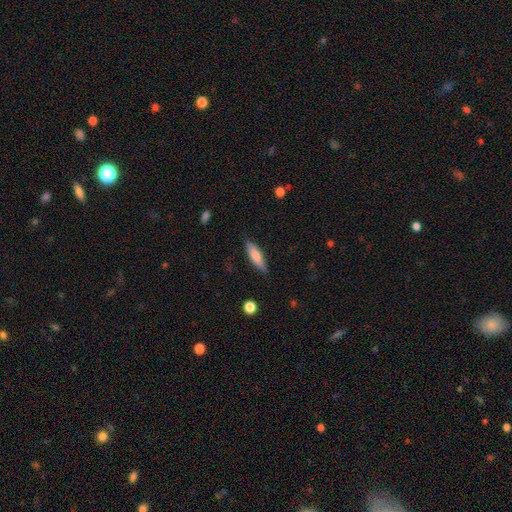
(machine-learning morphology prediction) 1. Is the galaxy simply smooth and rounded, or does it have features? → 69% smooth, 25% featured or disk, 6% star or artifact.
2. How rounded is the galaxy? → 66% cigar-shaped, 32% in between, 2% round.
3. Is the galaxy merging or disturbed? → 84% none, 12% minor disturbance, 3% major disturbance, 1% merger.